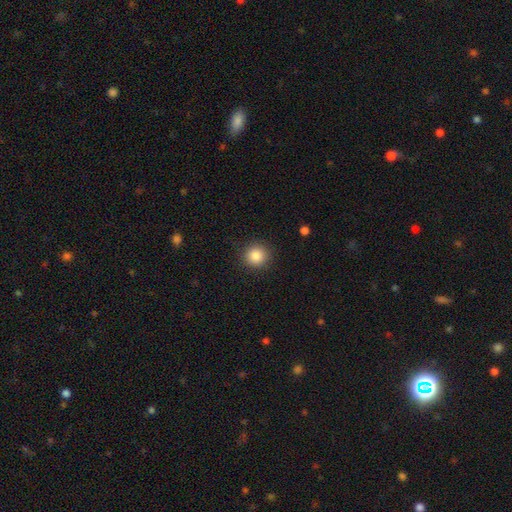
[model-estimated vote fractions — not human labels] This appears to be a smooth galaxy with no disk features (86%) that is round (93%). Merging: none (90%).